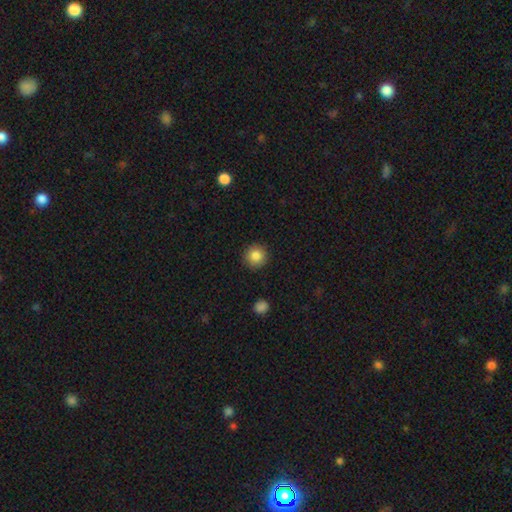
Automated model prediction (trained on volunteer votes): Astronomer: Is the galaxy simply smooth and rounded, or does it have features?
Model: smooth — 85%.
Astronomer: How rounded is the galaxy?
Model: round — 95%.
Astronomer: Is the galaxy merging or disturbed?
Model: none — 91%.